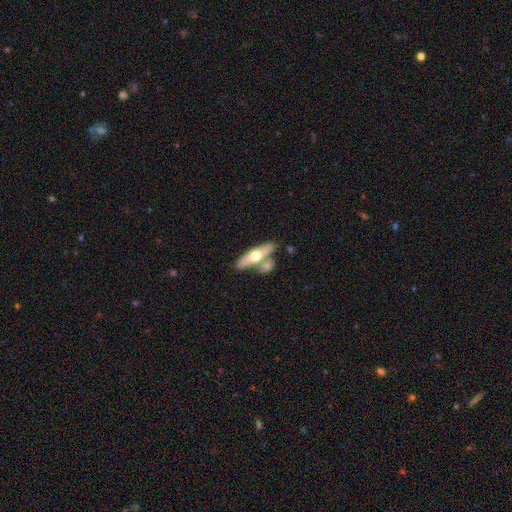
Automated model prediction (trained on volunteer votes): Smooth or featured? smooth (48%)
Merging? none (54%)